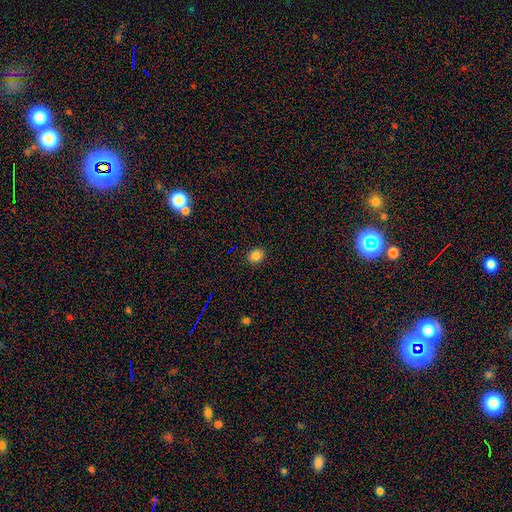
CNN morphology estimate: Smooth or featured? smooth (83%)
How rounded? round (68%)
Merging? none (89%)